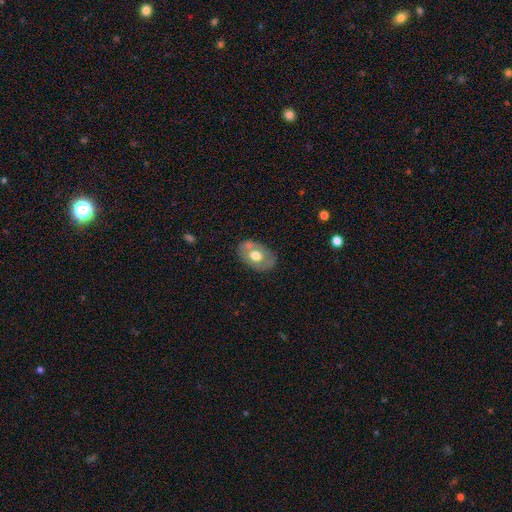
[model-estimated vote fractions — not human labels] The model was most divided on "smooth or featured": smooth: 52%, featured or disk: 41%, star or artifact: 7%. More confident: how rounded — in between (82%); merging — none (74%).